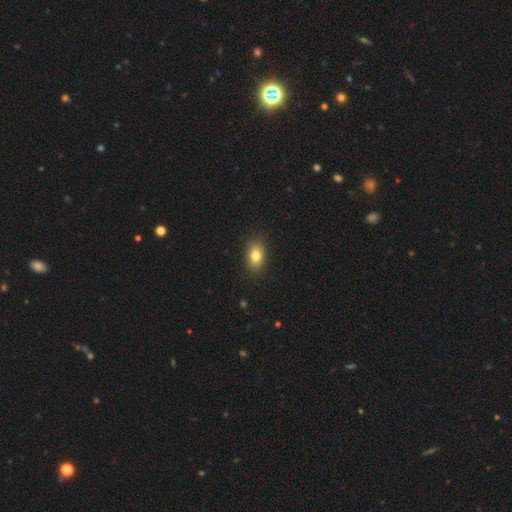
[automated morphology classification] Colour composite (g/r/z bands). It shows a smooth galaxy with no disk features (82%) that is in between round and cigar-shaped (86%). Merging: none (88%).